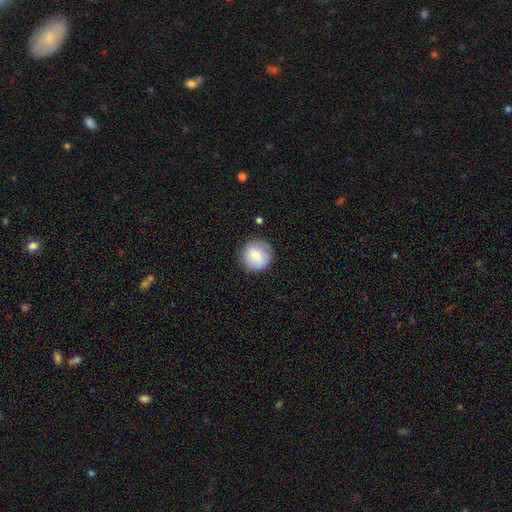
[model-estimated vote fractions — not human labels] Smooth or featured?
  - smooth: 75% *
  - featured or disk: 17%
  - star or artifact: 8%
How rounded?
  - round: 95% *
  - in between: 4%
  - cigar-shaped: 1%
Merging?
  - none: 85% *
  - minor disturbance: 11%
  - major disturbance: 3%
  - merger: 1%